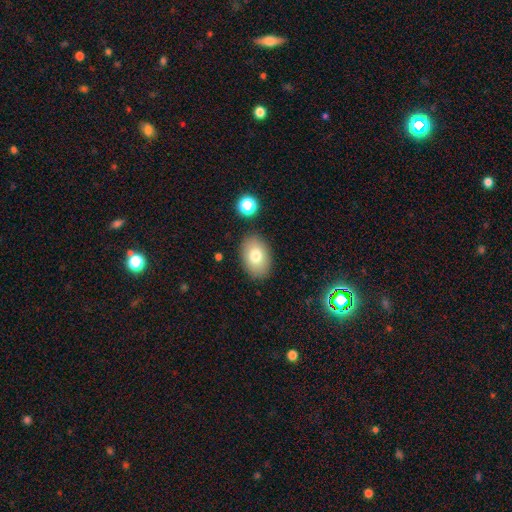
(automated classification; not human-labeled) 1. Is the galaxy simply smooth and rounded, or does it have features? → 78% smooth, 14% featured or disk, 9% star or artifact.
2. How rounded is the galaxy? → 84% in between, 15% round, 1% cigar-shaped.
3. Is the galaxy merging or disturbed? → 86% none, 10% minor disturbance, 3% major disturbance, 2% merger.